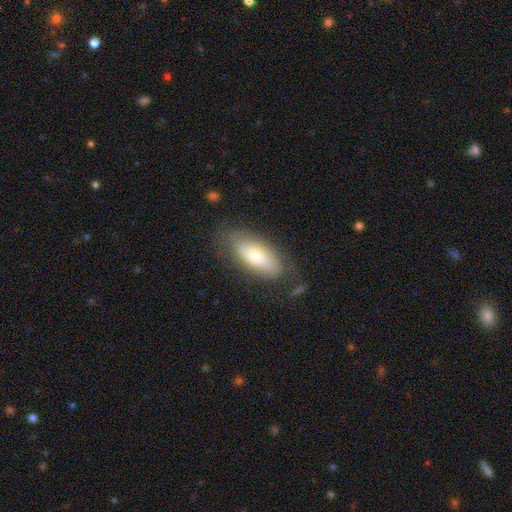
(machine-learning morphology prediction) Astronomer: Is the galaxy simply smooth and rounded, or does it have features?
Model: smooth — 58% (runner-up: featured or disk, 35%).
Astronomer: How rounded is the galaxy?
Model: in between — 84%.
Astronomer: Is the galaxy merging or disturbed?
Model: none — 70%.